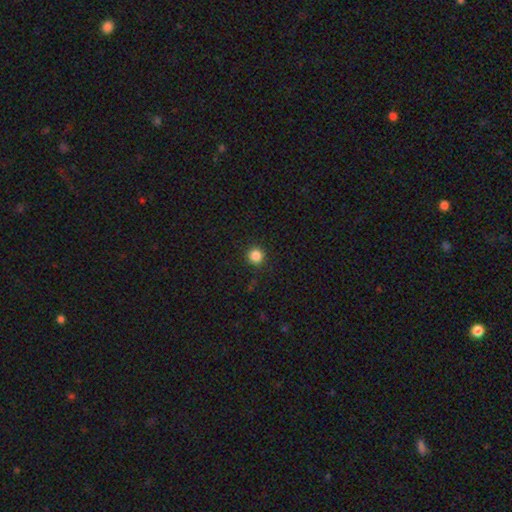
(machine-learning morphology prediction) smooth_or_featured: smooth (p=0.85) [alt: star or artifact p=0.11]
how_rounded: round (p=0.94) [alt: in between p=0.05]
merging: none (p=0.91) [alt: minor disturbance p=0.06]